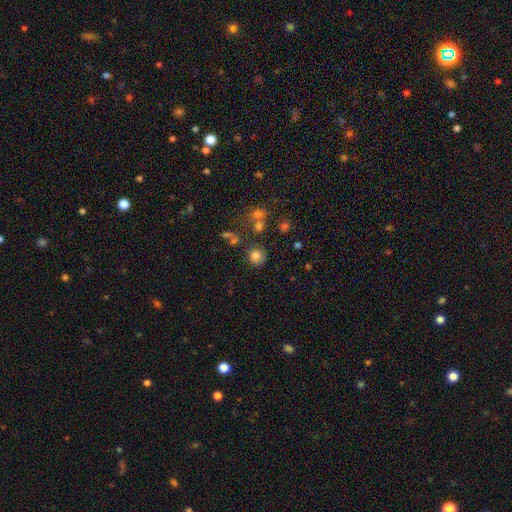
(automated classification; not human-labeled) This appears to be a smooth galaxy with no disk features (77%) that is round (86%). Merging: none (69%).